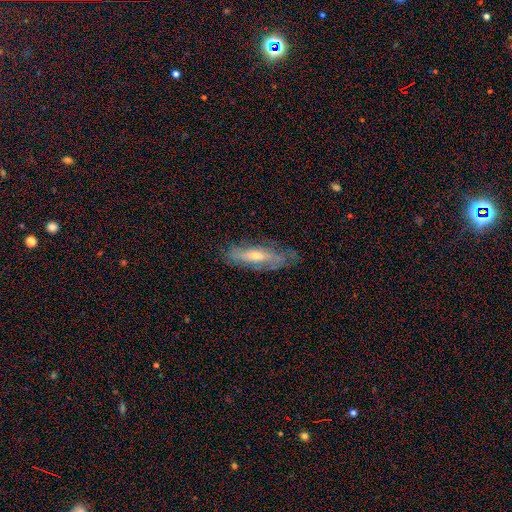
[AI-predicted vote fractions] Morphology: type=featured or disk (57%); edge-on=no (52%); merging=none (70%).